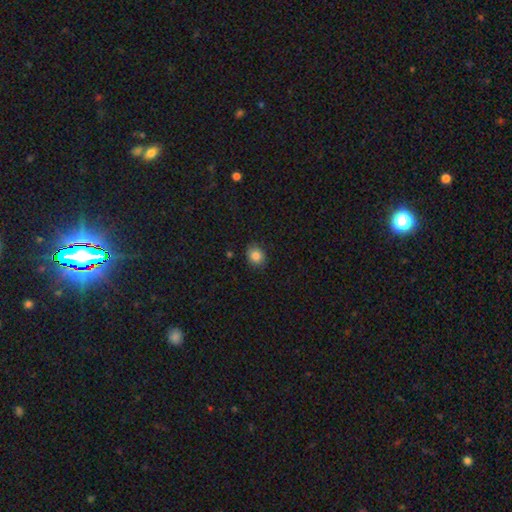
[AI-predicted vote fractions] Smooth or featured: smooth — 85% (star or artifact — 10%)
How rounded: round — 68% (in between — 31%)
Merging: none — 83% (minor disturbance — 13%)